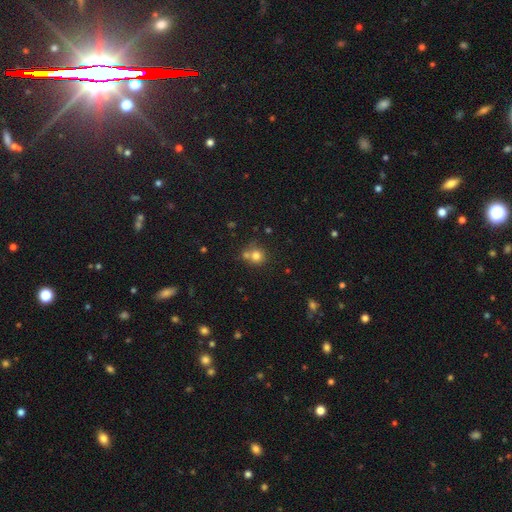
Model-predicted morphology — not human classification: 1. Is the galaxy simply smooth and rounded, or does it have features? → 77% smooth, 13% star or artifact, 9% featured or disk.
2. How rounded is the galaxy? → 87% round, 12% in between, 1% cigar-shaped.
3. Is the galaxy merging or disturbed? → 53% none, 33% merger, 10% minor disturbance, 4% major disturbance.